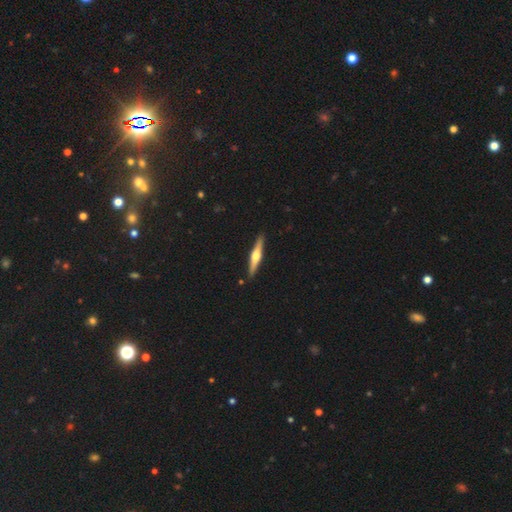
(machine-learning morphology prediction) type=featured or disk (70%); edge-on=yes (98%); edge-on bulge=rounded (93%); merging=none (91%).